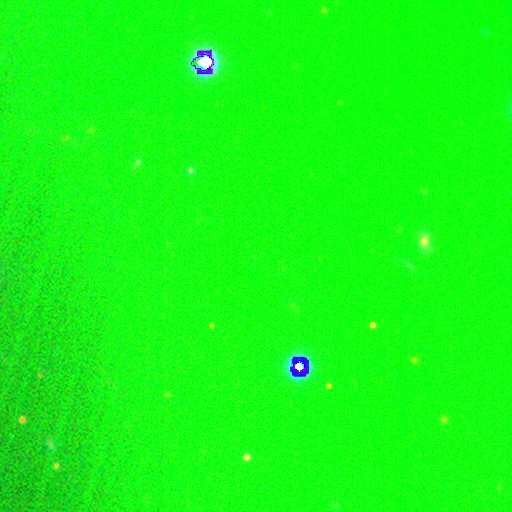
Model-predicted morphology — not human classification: star or artifact 78%, smooth 13%, featured or disk 10%.